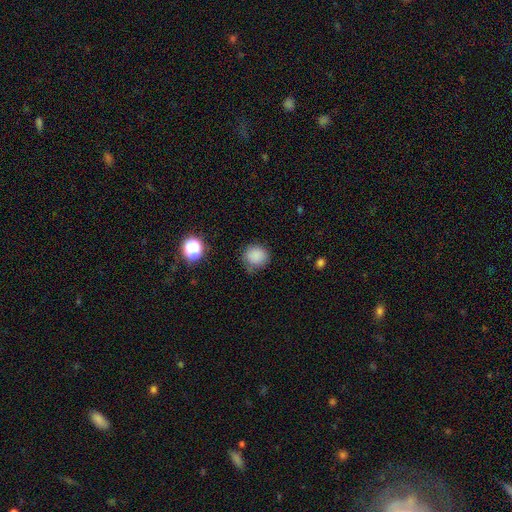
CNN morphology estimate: smooth-or-featured: smooth: 84% | star or artifact: 12% | featured or disk: 4%
  how-rounded: round: 86% | in between: 13% | cigar-shaped: 1%
  merging: none: 75% | minor disturbance: 17% | major disturbance: 5% | merger: 2%